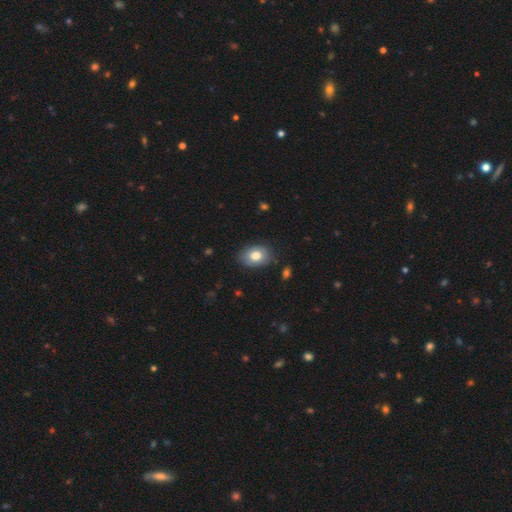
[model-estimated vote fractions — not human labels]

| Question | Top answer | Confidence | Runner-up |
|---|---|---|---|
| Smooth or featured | smooth | 78% | featured or disk (15%) |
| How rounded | in between | 79% | round (20%) |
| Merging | none | 82% | minor disturbance (13%) |